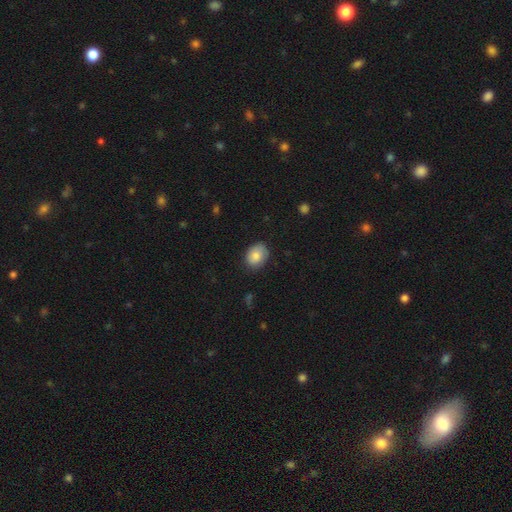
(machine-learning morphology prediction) Smooth or featured? Predicted: smooth (p=0.82). How rounded? Predicted: in between (p=0.66). Merging? Predicted: none (p=0.80).